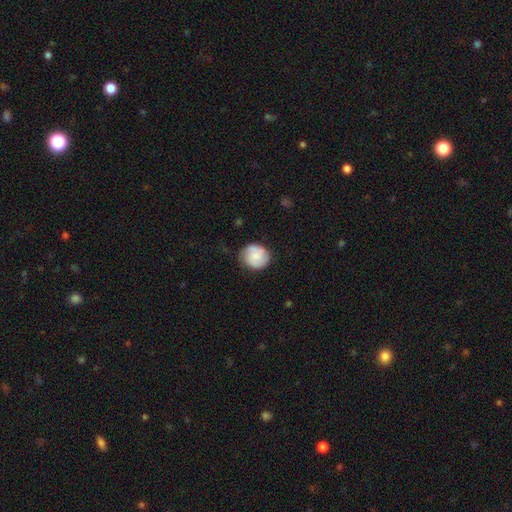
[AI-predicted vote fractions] This is likely a smooth galaxy (69%). How rounded: clearly round (81%). Merging: likely none (74%).